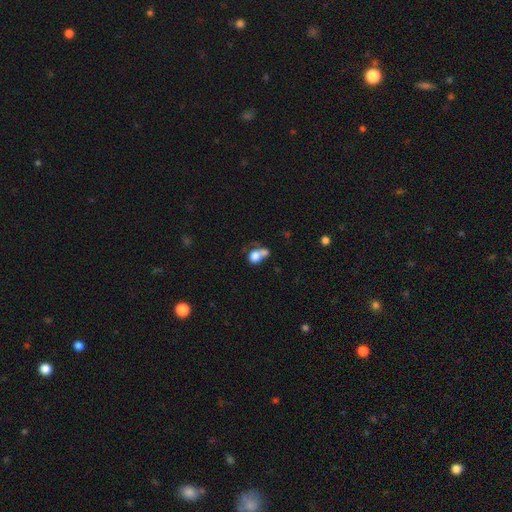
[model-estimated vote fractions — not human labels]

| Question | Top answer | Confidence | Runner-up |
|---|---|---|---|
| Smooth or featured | smooth | 74% | featured or disk (15%) |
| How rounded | round | 51% | in between (48%) |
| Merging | merger | 56% | none (23%) |